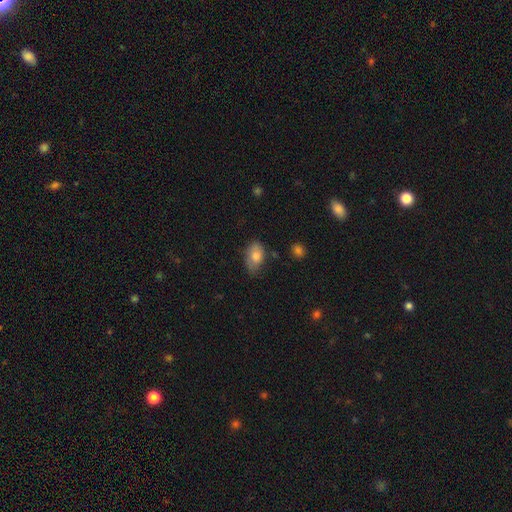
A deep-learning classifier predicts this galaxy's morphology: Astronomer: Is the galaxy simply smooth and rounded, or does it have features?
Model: smooth — 80%.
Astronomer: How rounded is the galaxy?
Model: in between — 90%.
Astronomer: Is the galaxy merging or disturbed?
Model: none — 64%.